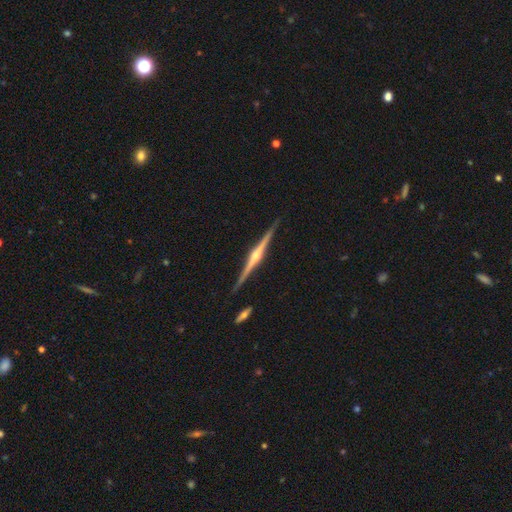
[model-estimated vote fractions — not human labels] Smooth or featured: featured or disk — 88% (smooth — 7%)
Edge-on disk: yes — 99% (no — 1%)
Edge-on bulge: rounded — 90% (boxy — 5%)
Merging: none — 90% (minor disturbance — 7%)